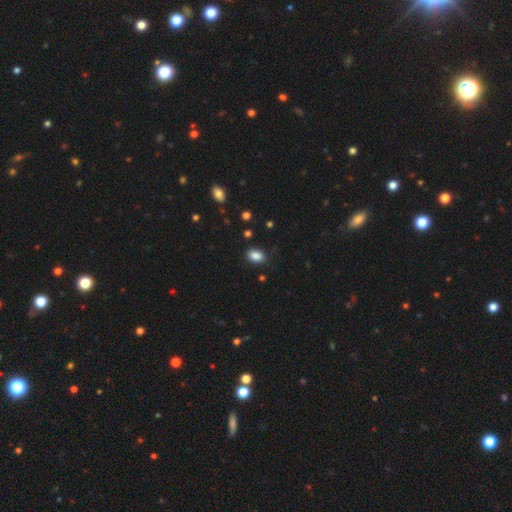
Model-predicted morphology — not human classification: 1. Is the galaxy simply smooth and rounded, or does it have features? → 87% smooth, 9% star or artifact, 4% featured or disk.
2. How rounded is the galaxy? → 84% in between, 14% round, 1% cigar-shaped.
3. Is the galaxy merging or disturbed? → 82% none, 14% minor disturbance, 3% major disturbance, 1% merger.